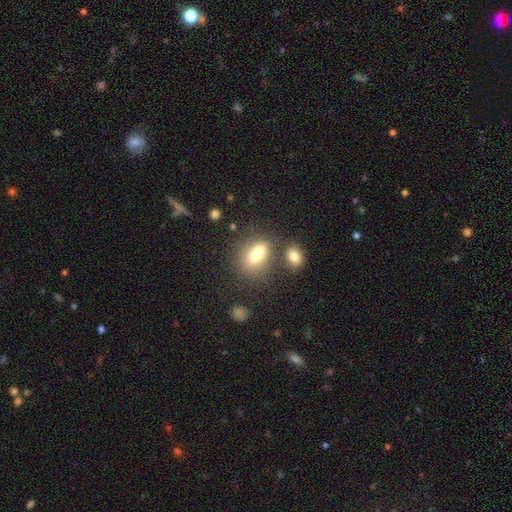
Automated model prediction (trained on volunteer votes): Overall: smooth (73%). How rounded: in between (75%). Merging: none (50%; merger 29%).